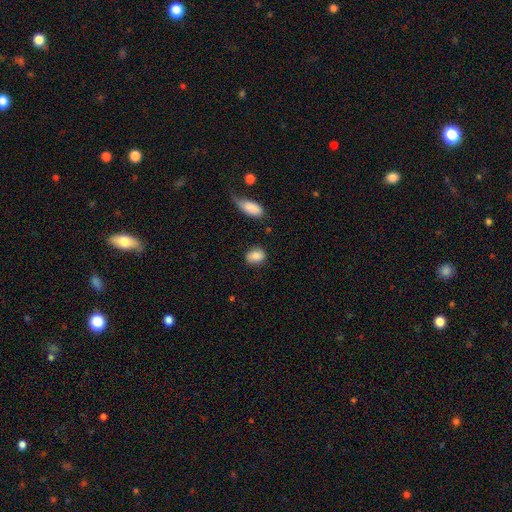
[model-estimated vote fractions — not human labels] A smooth galaxy with no disk features (85%) that is in between round and cigar-shaped (68%).

Vote fractions:
- Smooth or featured? smooth: 85% / featured or disk: 8% / star or artifact: 8%
- How rounded? in between: 68% / round: 30% / cigar-shaped: 2%
- Merging? none: 78% / minor disturbance: 15% / major disturbance: 4% / merger: 4%